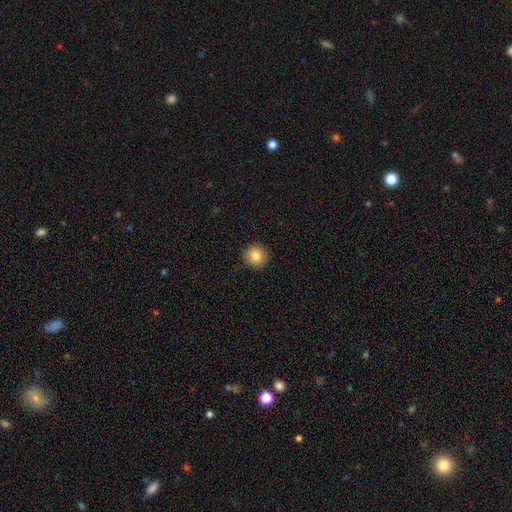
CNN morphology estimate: smooth 85%, star or artifact 9%, featured or disk 6%. Down the decision tree: how rounded — round (94%); merging — none (91%).